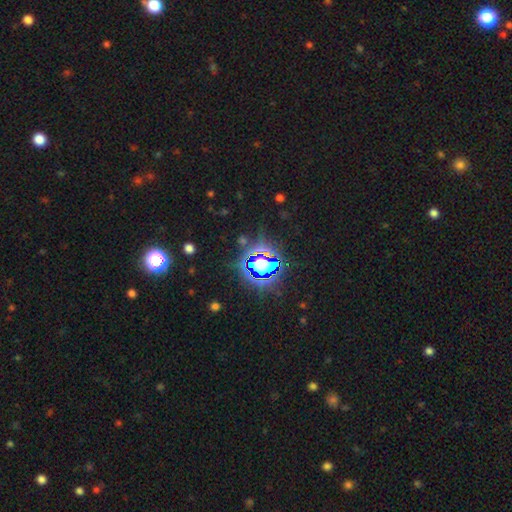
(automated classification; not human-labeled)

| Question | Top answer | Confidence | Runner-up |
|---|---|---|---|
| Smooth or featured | star or artifact | 80% | smooth (13%) |